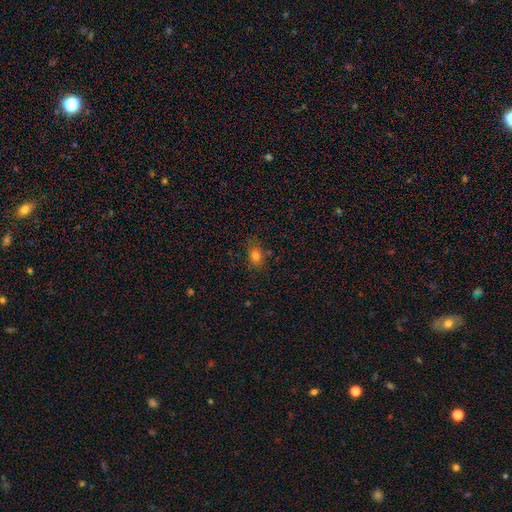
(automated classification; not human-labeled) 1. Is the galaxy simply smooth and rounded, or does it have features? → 78% smooth, 13% star or artifact, 9% featured or disk.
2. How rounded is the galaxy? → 68% in between, 29% round, 2% cigar-shaped.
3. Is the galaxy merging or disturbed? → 74% none, 18% minor disturbance, 5% major disturbance, 3% merger.